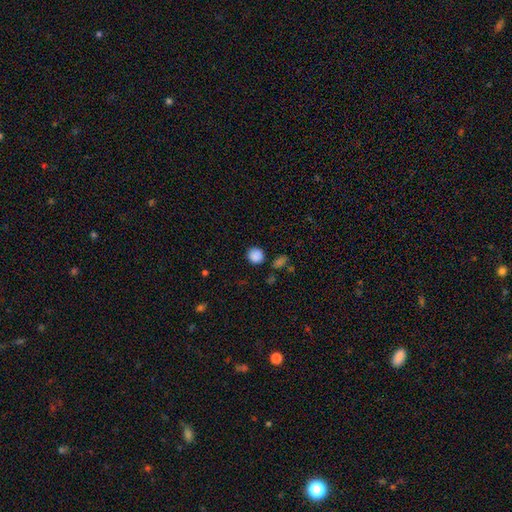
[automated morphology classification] Smooth or featured?
  - smooth: 86% *
  - star or artifact: 11%
  - featured or disk: 3%
How rounded?
  - round: 89% *
  - in between: 10%
  - cigar-shaped: 1%
Merging?
  - none: 82% *
  - minor disturbance: 10%
  - merger: 4%
  - major disturbance: 3%